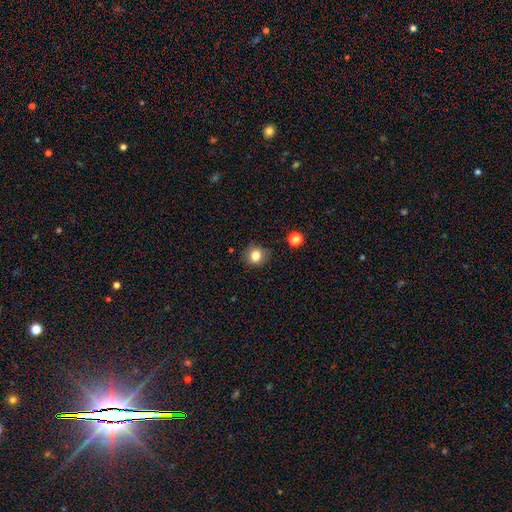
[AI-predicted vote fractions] This appears to be a smooth galaxy with no disk features (82%) that is round (81%). Merging: none (79%).